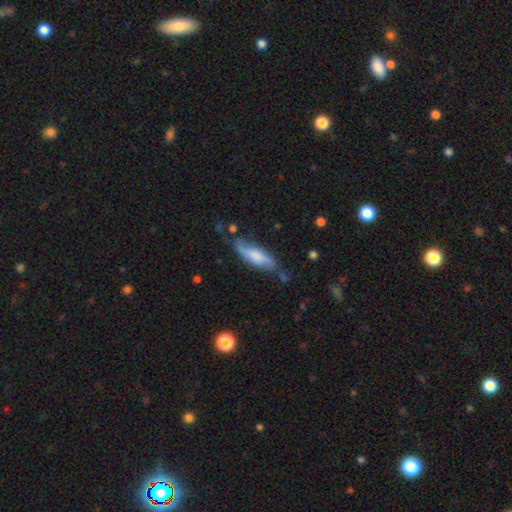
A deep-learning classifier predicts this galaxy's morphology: Smooth or featured?
  - smooth: 60% *
  - featured or disk: 34%
  - star or artifact: 6%
How rounded?
  - cigar-shaped: 49% * (tied)
  - in between: 49% * (tied)
  - round: 2%
Merging?
  - none: 55% *
  - minor disturbance: 30%
  - major disturbance: 10%
  - merger: 5%